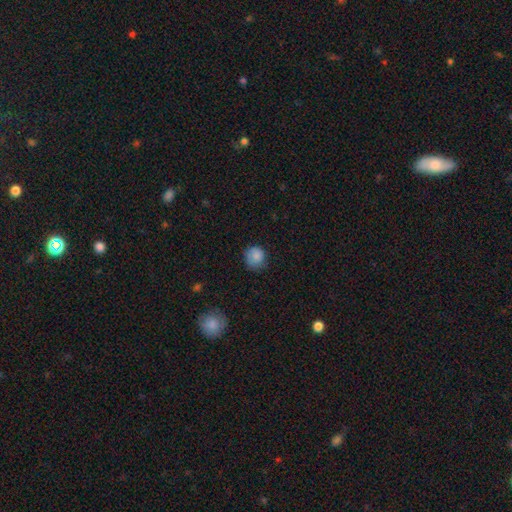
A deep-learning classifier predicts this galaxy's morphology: This is clearly a smooth galaxy (85%). How rounded: clearly round (86%). Merging: likely none (73%).